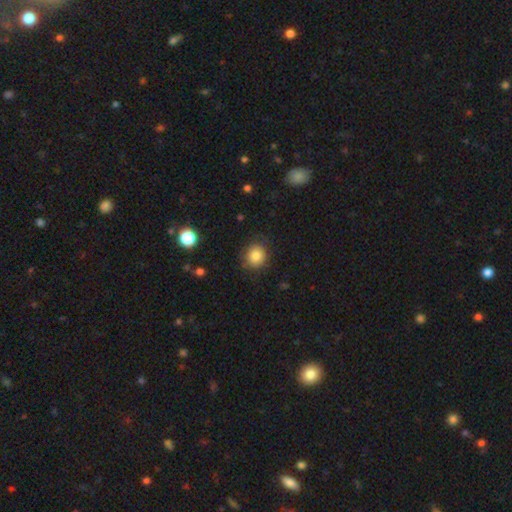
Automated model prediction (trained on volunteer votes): Morphology: type=smooth (85%); roundness=round (81%); merging=none (80%).